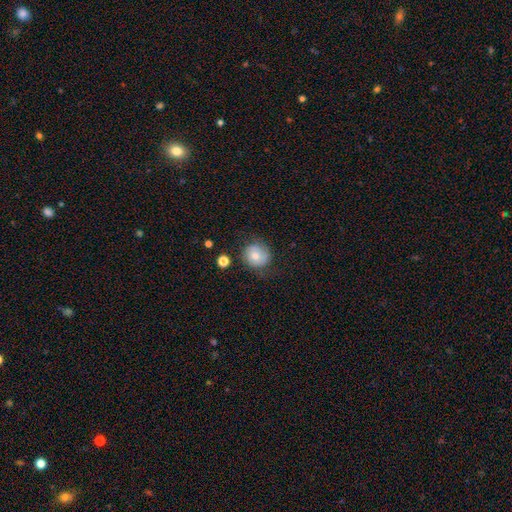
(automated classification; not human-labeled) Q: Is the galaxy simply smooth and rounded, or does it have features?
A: smooth — 68%.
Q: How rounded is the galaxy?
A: round — 89%.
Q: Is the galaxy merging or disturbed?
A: none — 69%.